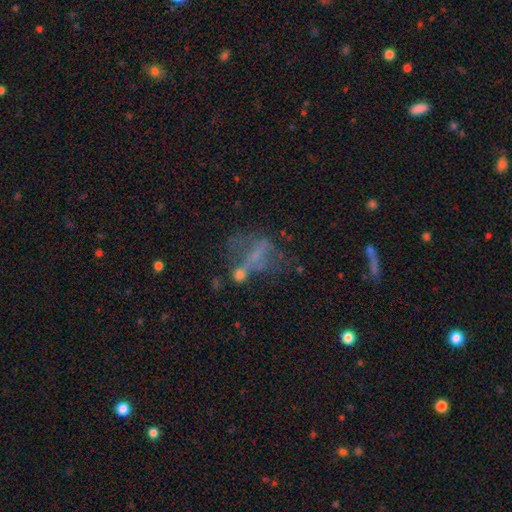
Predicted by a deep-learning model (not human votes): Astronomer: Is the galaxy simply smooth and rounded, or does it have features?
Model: featured or disk — 49% (runner-up: smooth, 28%).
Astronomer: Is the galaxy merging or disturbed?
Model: major disturbance — 35% (runner-up: none, 31%).